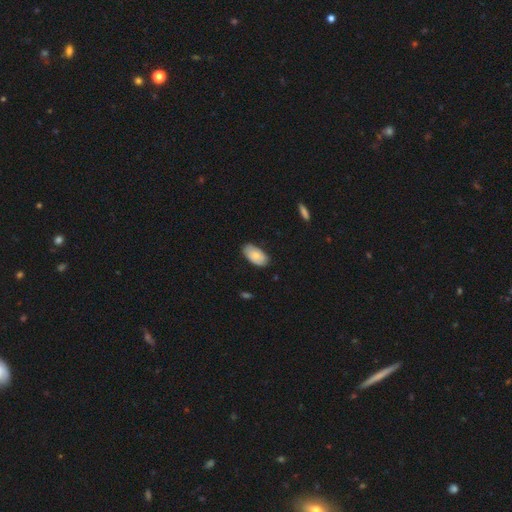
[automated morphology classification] Smooth or featured?
  - smooth: 73% *
  - featured or disk: 21%
  - star or artifact: 6%
How rounded?
  - in between: 94% *
  - round: 3%
  - cigar-shaped: 2%
Merging?
  - none: 77% *
  - minor disturbance: 19%
  - major disturbance: 3%
  - merger: 1%